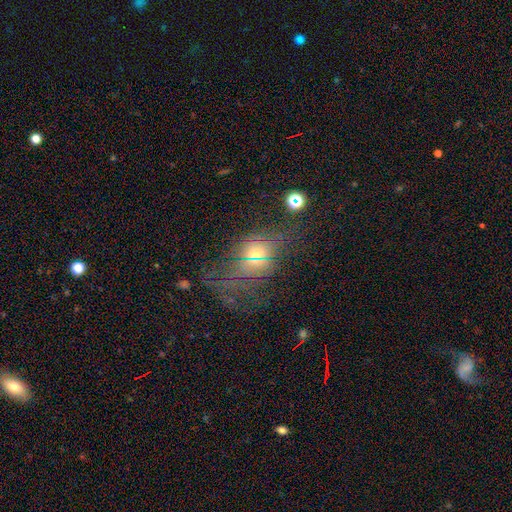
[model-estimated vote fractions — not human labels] This is marginally a smooth galaxy (45%). Merging: possibly none (51%).